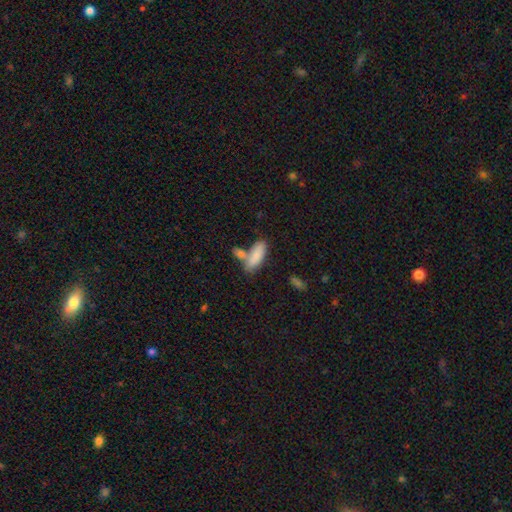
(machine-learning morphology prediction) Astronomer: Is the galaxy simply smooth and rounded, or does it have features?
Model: smooth — 83%.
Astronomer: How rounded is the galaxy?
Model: in between — 68%.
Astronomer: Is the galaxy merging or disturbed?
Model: none — 51% (runner-up: merger, 30%).